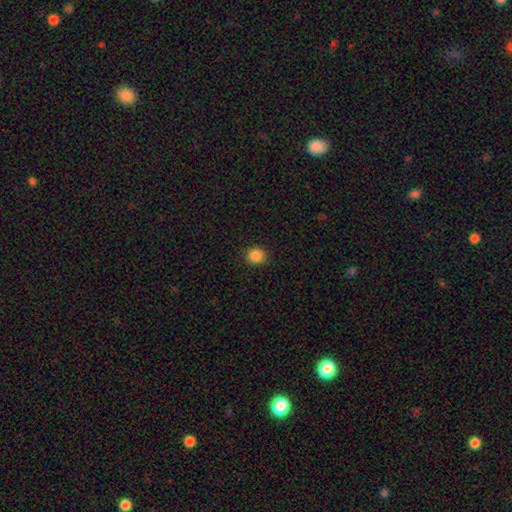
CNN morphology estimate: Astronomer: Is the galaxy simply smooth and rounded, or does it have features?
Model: smooth — 86%.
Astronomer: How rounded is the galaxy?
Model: round — 83%.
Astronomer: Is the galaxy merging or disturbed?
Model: none — 91%.